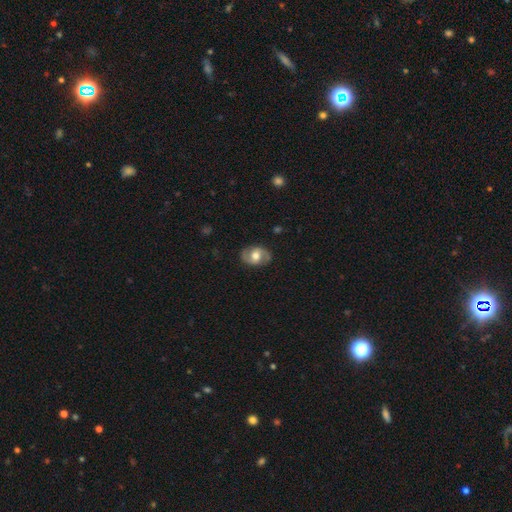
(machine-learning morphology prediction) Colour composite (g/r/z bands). It shows a featured or disk galaxy (66%) with no bar (50%), 2 (90%) medium (50%) spiral arms (82%) and a moderate central bulge (66%). Merging: none (84%).